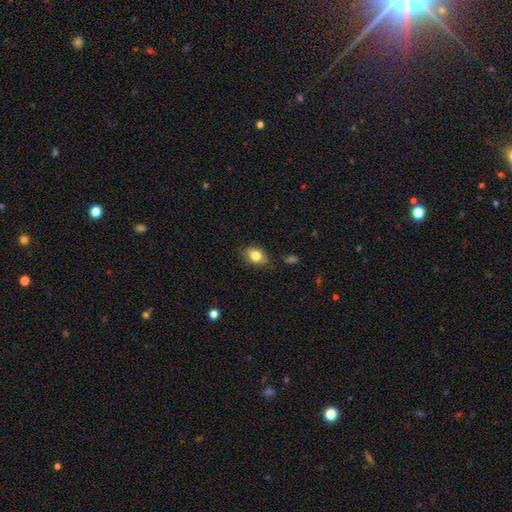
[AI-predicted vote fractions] smooth 80%, featured or disk 11%, star or artifact 8%. Down the decision tree: how rounded — in between (79%); merging — none (80%).